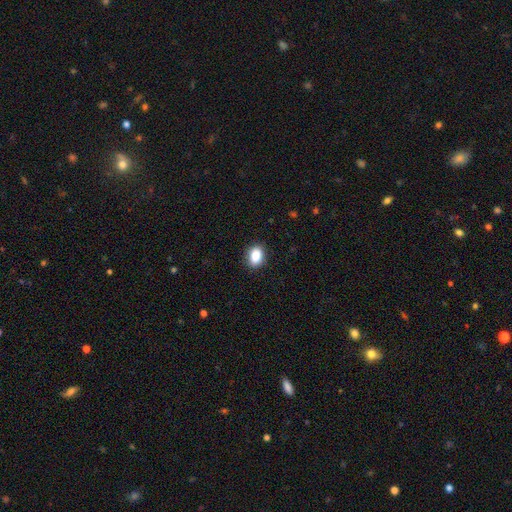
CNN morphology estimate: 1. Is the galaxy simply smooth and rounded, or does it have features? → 87% smooth, 9% star or artifact, 5% featured or disk.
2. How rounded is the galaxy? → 77% in between, 22% round, 1% cigar-shaped.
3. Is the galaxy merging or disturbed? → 88% none, 9% minor disturbance, 2% major disturbance, 1% merger.